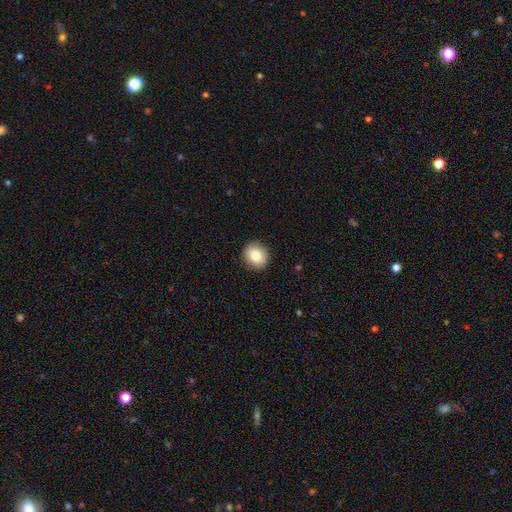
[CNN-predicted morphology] type=smooth (83%); roundness=round (82%); merging=none (91%).